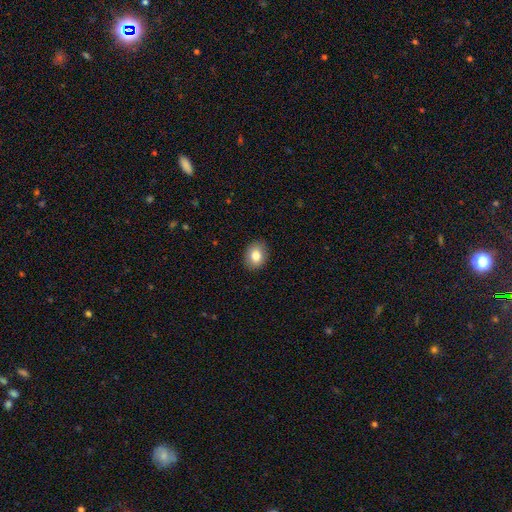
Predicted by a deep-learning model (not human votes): Morphology: type=smooth (82%); roundness=in between (55%); merging=none (89%).